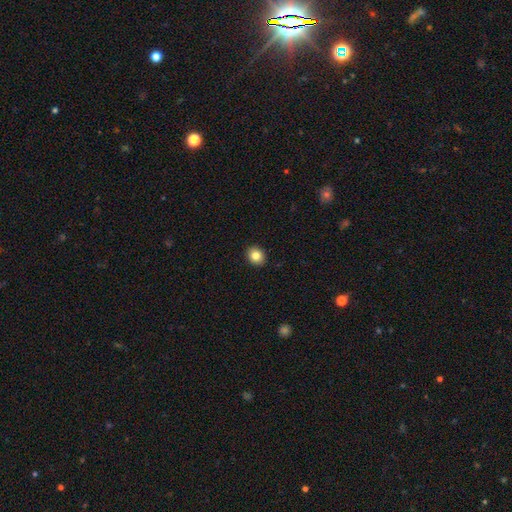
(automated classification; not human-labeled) Overall: smooth (84%). How rounded: round (71%). Merging: none (92%).